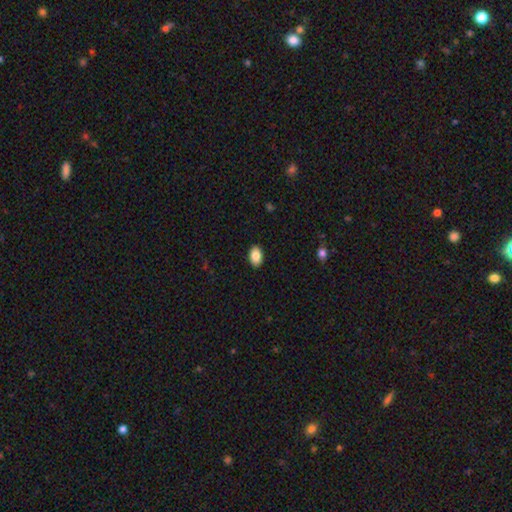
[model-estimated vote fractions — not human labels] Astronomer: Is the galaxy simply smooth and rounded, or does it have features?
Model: smooth — 86%.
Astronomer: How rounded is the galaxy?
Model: in between — 90%.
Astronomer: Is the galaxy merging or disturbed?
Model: none — 89%.